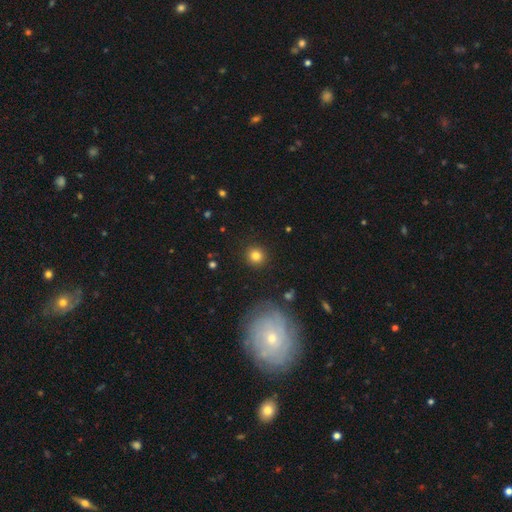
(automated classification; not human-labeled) Q: Smooth or featured?
A: smooth (83%); runner-up: star or artifact (11%)
Q: How rounded?
A: round (93%); runner-up: in between (6%)
Q: Merging?
A: none (91%); runner-up: minor disturbance (5%)